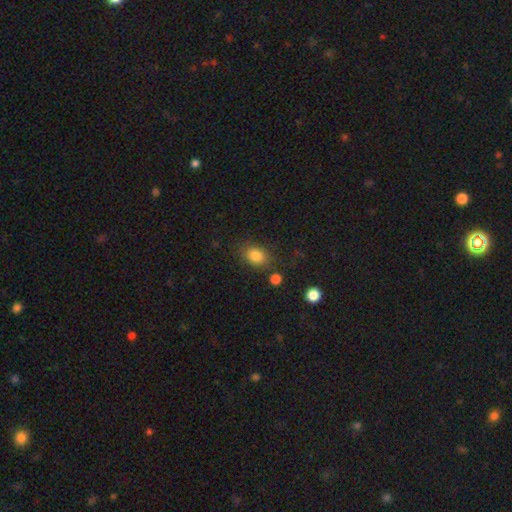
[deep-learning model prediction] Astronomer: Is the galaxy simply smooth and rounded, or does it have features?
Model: smooth — 84%.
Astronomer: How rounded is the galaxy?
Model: in between — 67%.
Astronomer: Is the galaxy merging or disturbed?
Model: none — 77%.